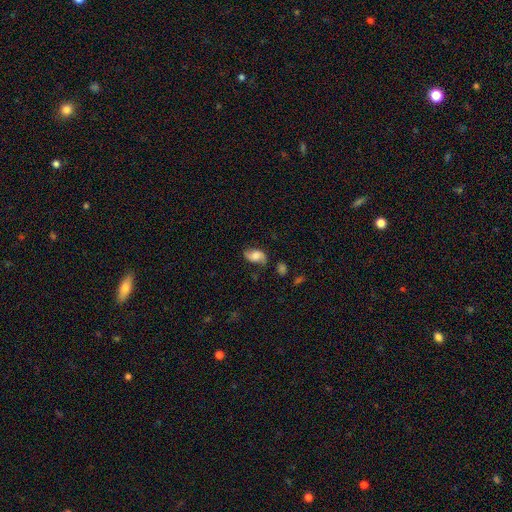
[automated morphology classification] type=featured or disk (47%); merging=none (66%).